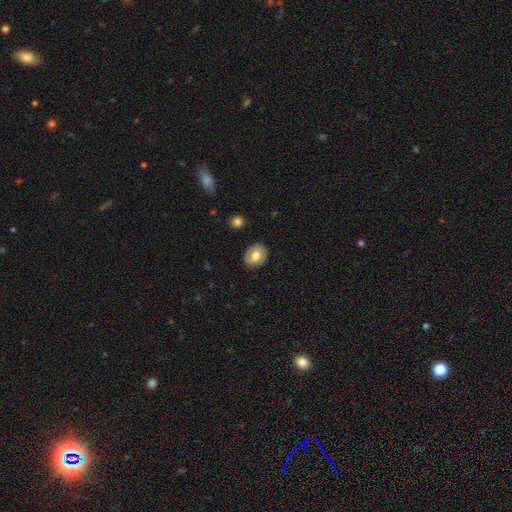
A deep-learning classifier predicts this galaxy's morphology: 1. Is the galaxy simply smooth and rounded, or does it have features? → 65% smooth, 27% featured or disk, 7% star or artifact.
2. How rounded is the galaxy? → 54% in between, 45% round, 1% cigar-shaped.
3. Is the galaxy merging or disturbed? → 85% none, 11% minor disturbance, 3% major disturbance, 1% merger.